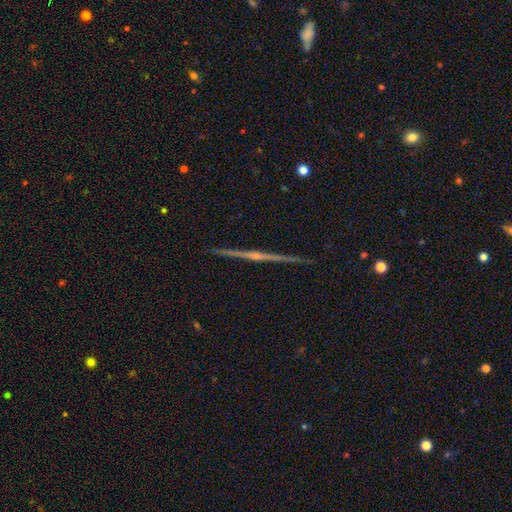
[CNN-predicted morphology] Smooth or featured: featured or disk — 85% (smooth — 8%)
Edge-on disk: yes — 99% (no — 1%)
Edge-on bulge: rounded — 68% (none — 23%)
Merging: none — 93% (minor disturbance — 5%)